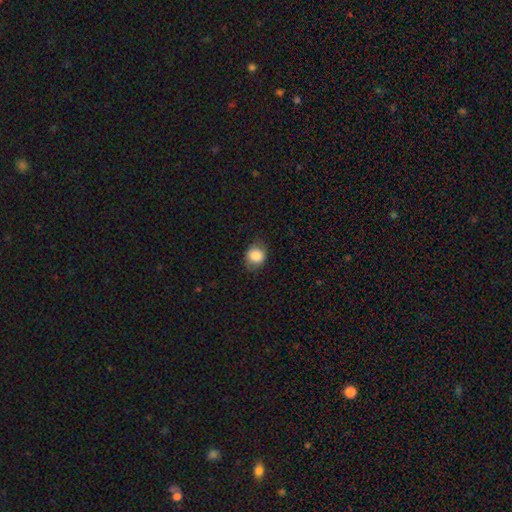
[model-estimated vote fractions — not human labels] This is clearly a smooth galaxy (84%). How rounded: likely round (71%). Merging: likely none (76%).